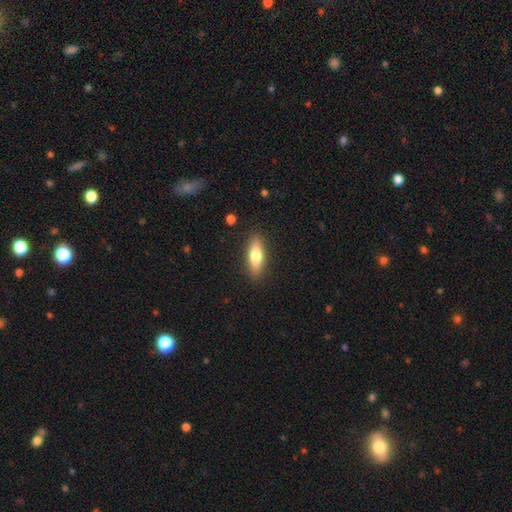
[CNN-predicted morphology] This is likely a smooth galaxy (69%). How rounded: possibly in between (54%). Merging: clearly none (87%).